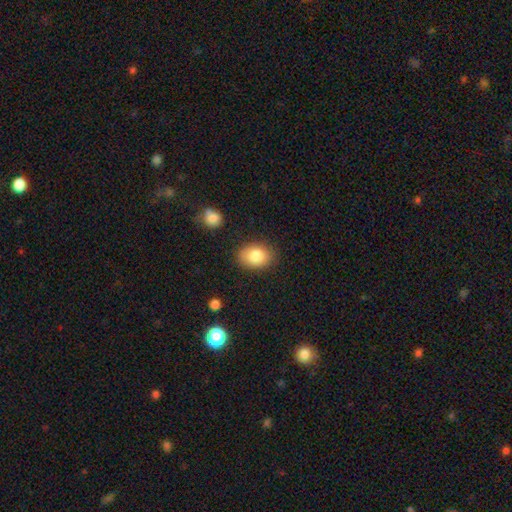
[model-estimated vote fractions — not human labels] This appears to be a smooth galaxy with no disk features (85%) that is in between round and cigar-shaped (75%). Merging: none (83%).